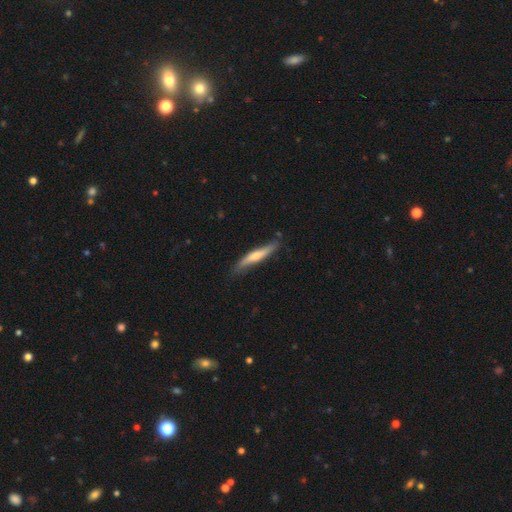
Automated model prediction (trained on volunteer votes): Q: Smooth or featured?
A: featured or disk (55%); runner-up: smooth (39%)
Q: Edge-on disk?
A: yes (86%); runner-up: no (14%)
Q: Merging?
A: none (77%); runner-up: minor disturbance (19%)